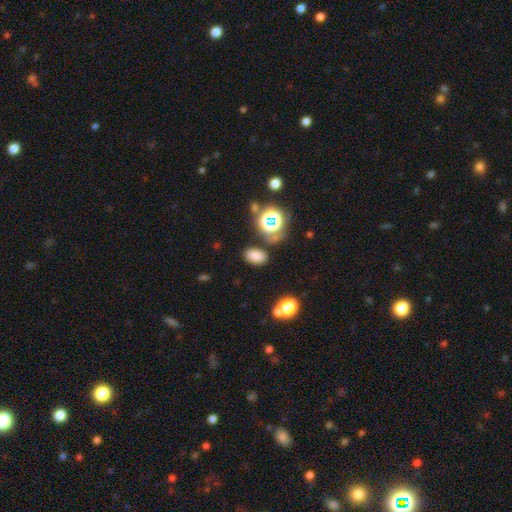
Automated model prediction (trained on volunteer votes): Overall: smooth (73%). How rounded: in between (85%). Merging: none (78%).